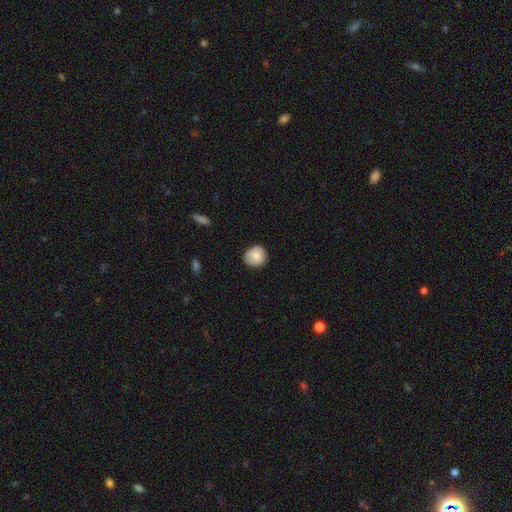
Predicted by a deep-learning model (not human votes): smooth-or-featured: smooth: 77% | featured or disk: 15% | star or artifact: 7%
  how-rounded: round: 86% | in between: 13% | cigar-shaped: 1%
  merging: none: 82% | minor disturbance: 15% | major disturbance: 2% | merger: 1%